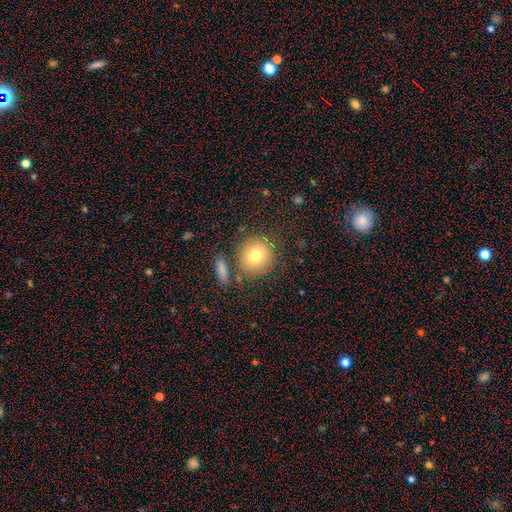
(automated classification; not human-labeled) smooth 78%, featured or disk 12%, star or artifact 10%. Down the decision tree: how rounded — round (88%); merging — none (79%).